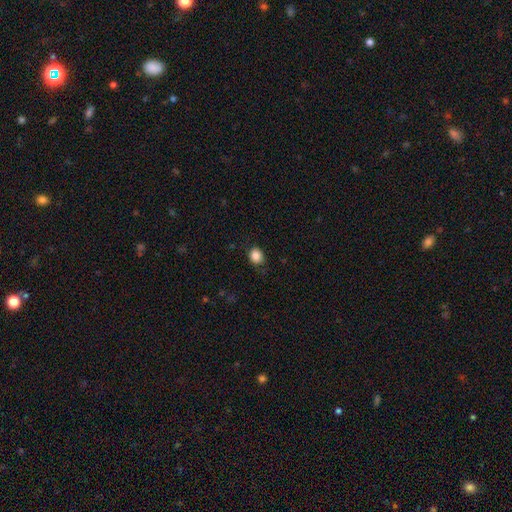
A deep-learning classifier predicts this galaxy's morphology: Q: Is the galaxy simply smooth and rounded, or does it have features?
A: smooth — 86%.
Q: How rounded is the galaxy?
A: round — 65%.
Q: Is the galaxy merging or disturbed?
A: none — 83%.